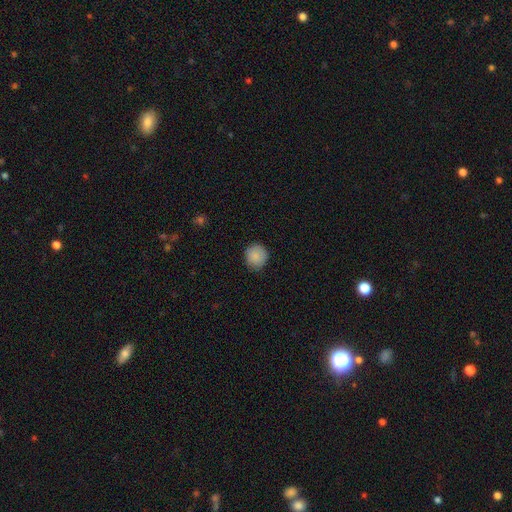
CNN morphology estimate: Smooth or featured: smooth — 88% (star or artifact — 8%)
How rounded: round — 89% (in between — 10%)
Merging: none — 84% (minor disturbance — 12%)